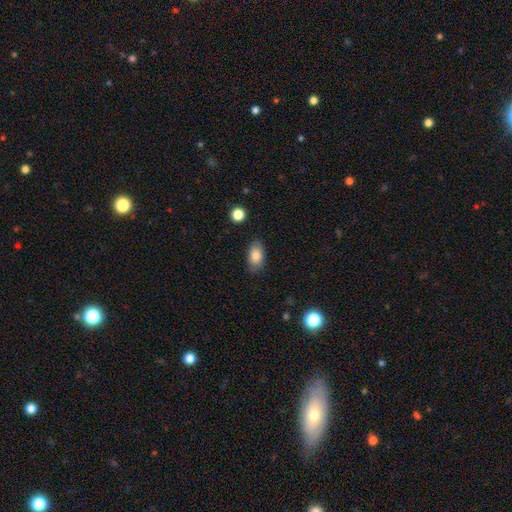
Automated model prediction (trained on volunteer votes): Smooth or featured: smooth — 85% (star or artifact — 8%)
How rounded: in between — 90% (round — 7%)
Merging: none — 82% (minor disturbance — 14%)